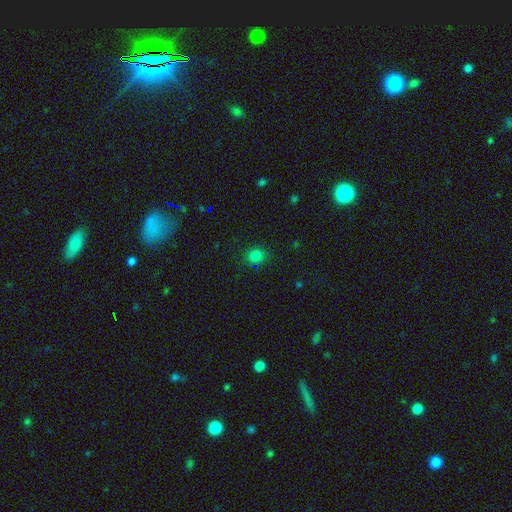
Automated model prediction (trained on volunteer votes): smooth 79%, star or artifact 17%, featured or disk 5%. Down the decision tree: how rounded — round (78%); merging — none (87%).